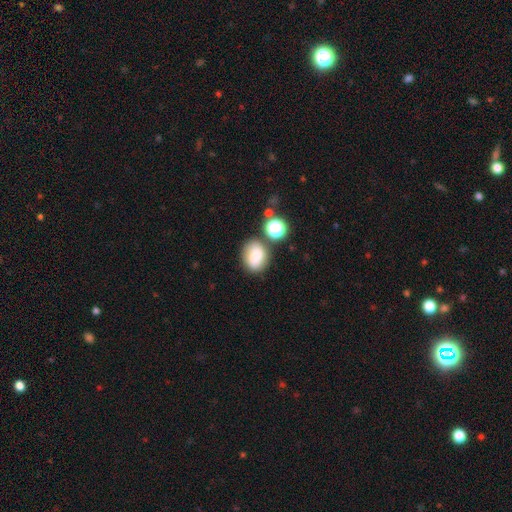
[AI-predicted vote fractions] The model was most divided on "how rounded": in between: 56%, round: 43%, cigar-shaped: 1%. More confident: smooth or featured — smooth (78%); merging — none (66%).